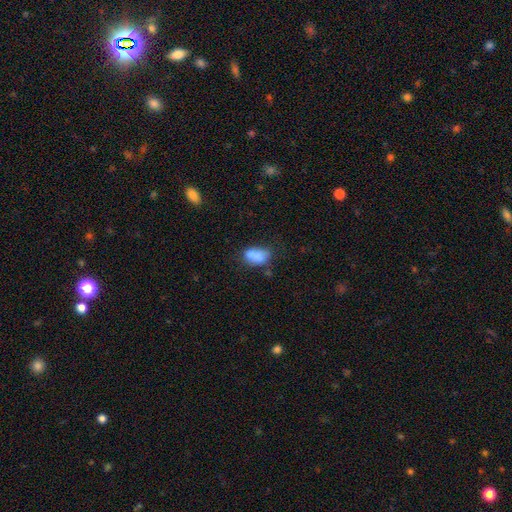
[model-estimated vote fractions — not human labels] smooth-or-featured: smooth: 76% | featured or disk: 14% | star or artifact: 10%
  how-rounded: in between: 87% | round: 10% | cigar-shaped: 3%
  merging: none: 45% | minor disturbance: 28% | merger: 15% | major disturbance: 12%